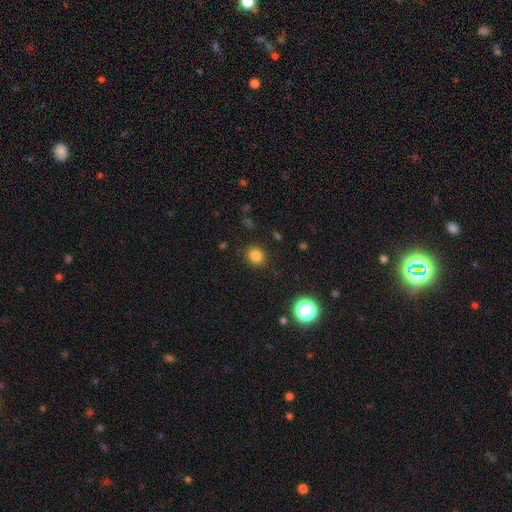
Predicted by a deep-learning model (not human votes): This is clearly a smooth galaxy (82%). How rounded: likely round (77%). Merging: clearly none (88%).